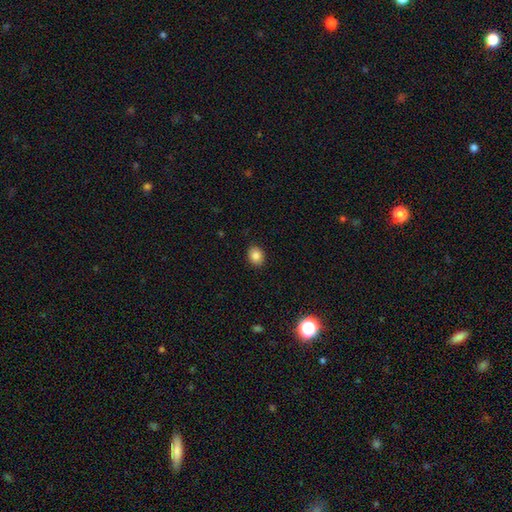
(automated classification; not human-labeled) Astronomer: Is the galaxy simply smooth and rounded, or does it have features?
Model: smooth — 85%.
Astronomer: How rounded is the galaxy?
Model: round — 55% (runner-up: in between, 44%).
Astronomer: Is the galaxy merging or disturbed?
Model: none — 90%.